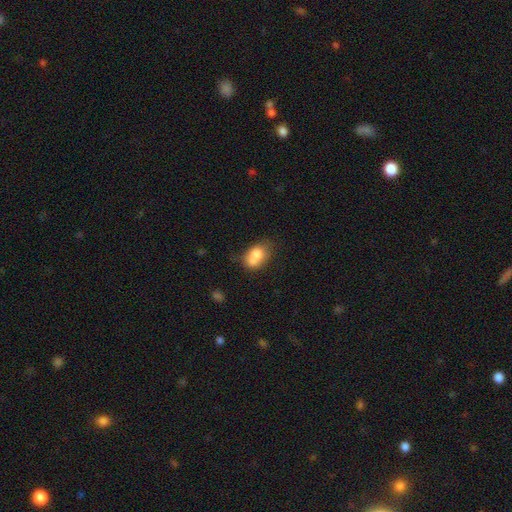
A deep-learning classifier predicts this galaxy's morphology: smooth_or_featured: smooth (p=0.74) [alt: featured or disk p=0.16]
how_rounded: in between (p=0.75) [alt: round p=0.24]
merging: merger (p=0.39) [alt: none p=0.34]